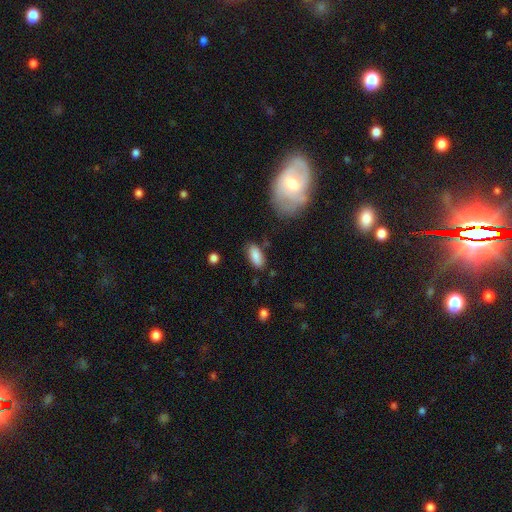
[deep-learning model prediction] The model was most divided on "merging": none: 76%, minor disturbance: 16%, major disturbance: 4%, merger: 3%. More confident: how rounded — in between (86%); smooth or featured — smooth (85%).